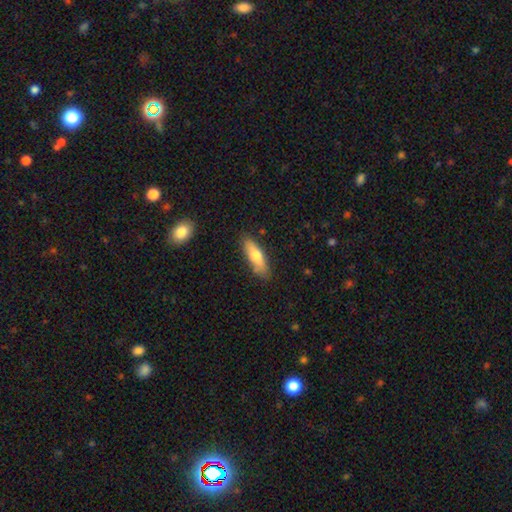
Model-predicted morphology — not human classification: smooth 66%, featured or disk 28%, star or artifact 6%. Down the decision tree: how rounded — cigar-shaped (50%); merging — none (82%).